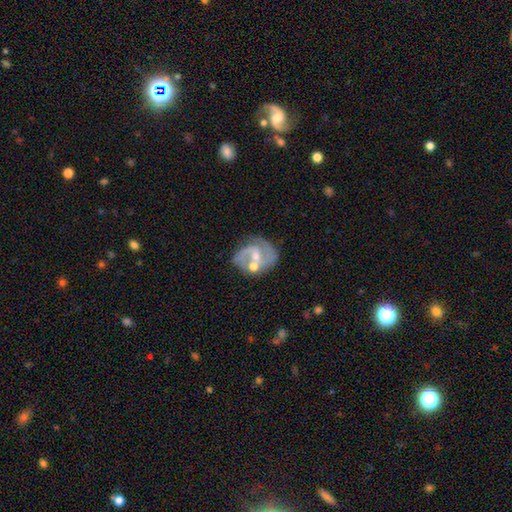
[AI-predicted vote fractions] Smooth or featured?
  - featured or disk: 80% *
  - smooth: 12%
  - star or artifact: 7%
Edge-on disk?
  - no: 98% *
  - yes: 2%
Bar?
  - weak: 45% *
  - no: 42%
  - strong: 13%
Spiral arms?
  - yes: 90% *
  - no: 10%
Spiral winding?
  - medium: 50% *
  - loose: 26%
  - tight: 23%
Spiral arm count?
  - 2: 77% *
  - can't tell: 8%
  - 1: 8%
  - 3: 4%
  - 4: 1%
  - more than 4: 1%
Bulge size?
  - small: 49% *
  - moderate: 43%
  - none: 5%
  - large: 2%
  - dominant: 1%
Merging?
  - none: 56% *
  - minor disturbance: 18%
  - merger: 17%
  - major disturbance: 10%